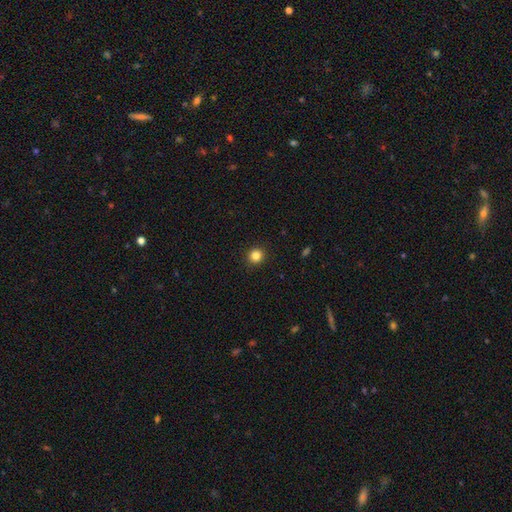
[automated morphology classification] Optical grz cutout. It shows a smooth galaxy with no disk features (84%) that is round (93%). Merging: none (92%).